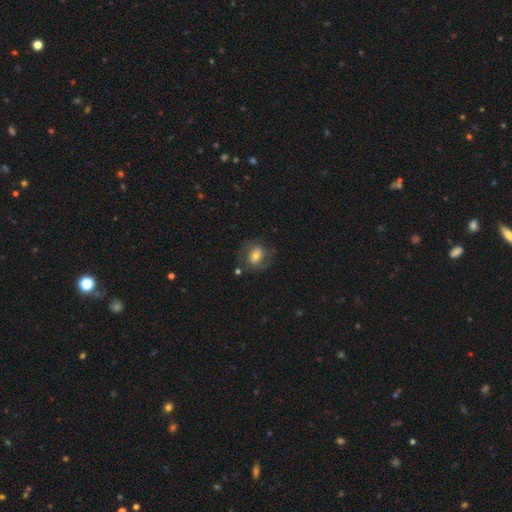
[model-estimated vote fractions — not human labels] Q: Smooth or featured?
A: smooth (49%); runner-up: featured or disk (43%)
Q: Merging?
A: none (65%); runner-up: minor disturbance (18%)